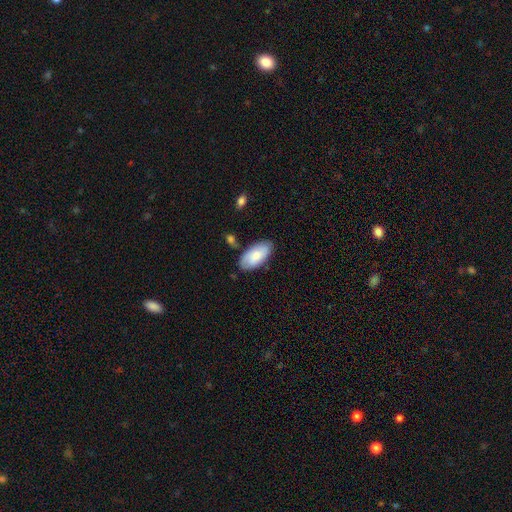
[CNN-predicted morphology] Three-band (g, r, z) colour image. It shows a smooth galaxy with no disk features (74%) that is in between round and cigar-shaped (95%). Merging: none (78%).